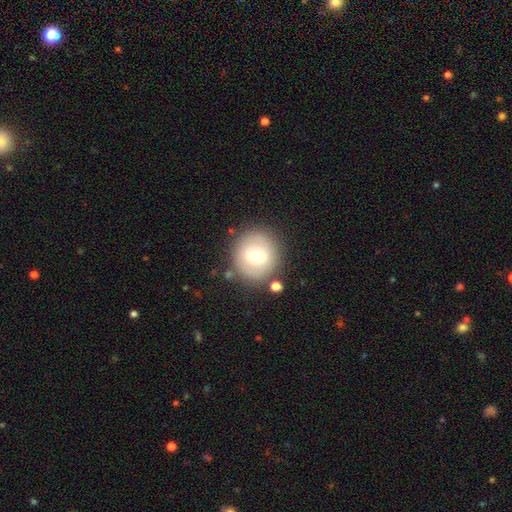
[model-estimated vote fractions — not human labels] Smooth or featured? smooth (66%)
How rounded? round (92%)
Merging? none (82%)